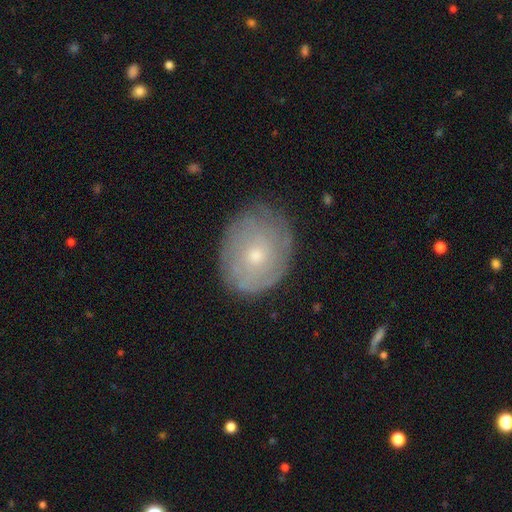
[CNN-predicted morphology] The model was most divided on "bulge size": small: 56%, moderate: 41%, large: 2%, none: 1%, dominant: 1%. More confident: edge-on disk — no (95%); bar — no (84%); merging — none (77%); spiral arms — yes (69%); smooth or featured — featured or disk (56%).